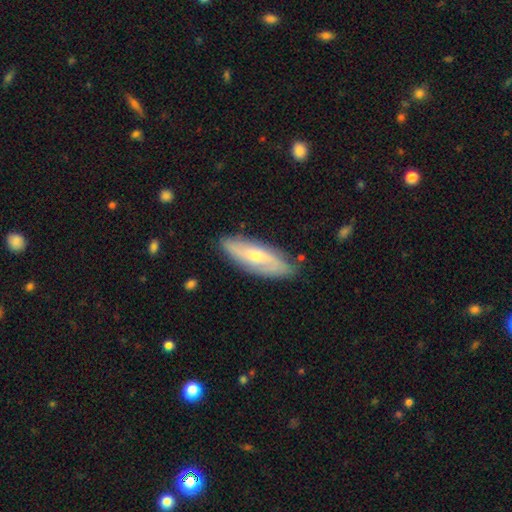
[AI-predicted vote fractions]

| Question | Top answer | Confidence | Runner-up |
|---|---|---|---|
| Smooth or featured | featured or disk | 54% | smooth (40%) |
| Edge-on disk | no | 72% | yes (28%) |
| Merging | none | 79% | minor disturbance (16%) |